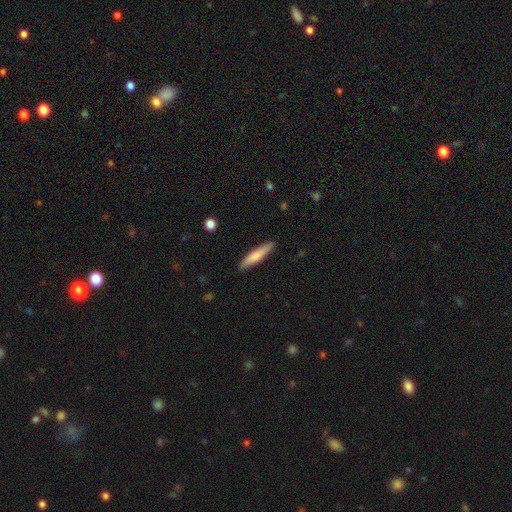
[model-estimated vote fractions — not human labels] Smooth or featured?
  - smooth: 72% *
  - featured or disk: 22%
  - star or artifact: 5%
How rounded?
  - cigar-shaped: 87% *
  - in between: 11%
  - round: 1%
Merging?
  - none: 89% *
  - minor disturbance: 8%
  - major disturbance: 2%
  - merger: 1%